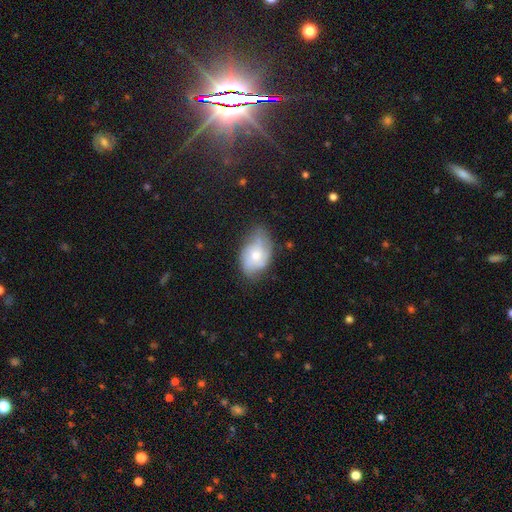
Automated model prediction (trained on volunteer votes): The model was most divided on "smooth or featured": featured or disk: 47%, smooth: 46%, star or artifact: 8%. More confident: merging — none (52%).